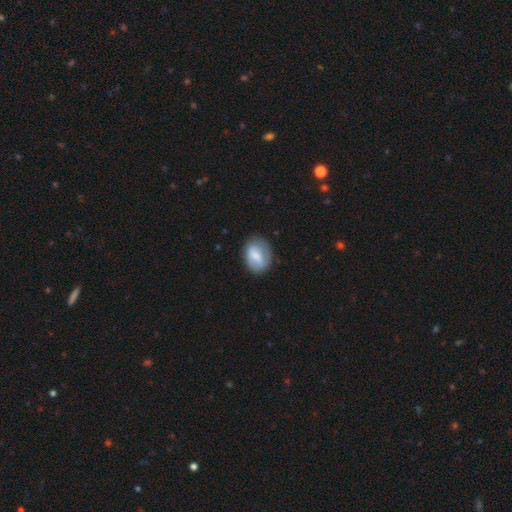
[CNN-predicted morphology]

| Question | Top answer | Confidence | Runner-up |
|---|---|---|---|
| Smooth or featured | smooth | 59% | featured or disk (34%) |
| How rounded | in between | 70% | round (28%) |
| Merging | none | 71% | minor disturbance (20%) |